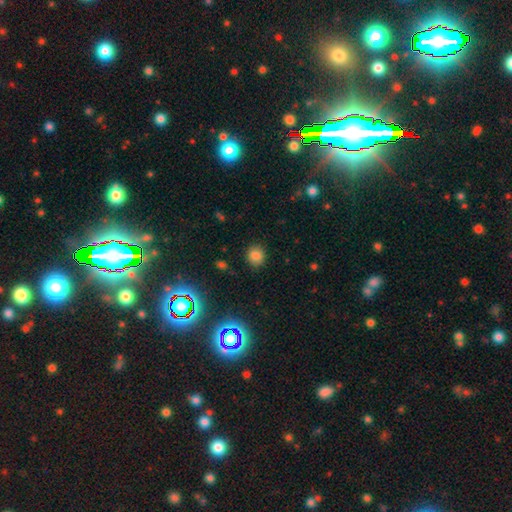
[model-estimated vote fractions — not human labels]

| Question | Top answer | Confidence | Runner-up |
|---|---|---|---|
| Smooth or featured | smooth | 80% | star or artifact (14%) |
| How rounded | round | 85% | in between (14%) |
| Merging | none | 88% | minor disturbance (8%) |